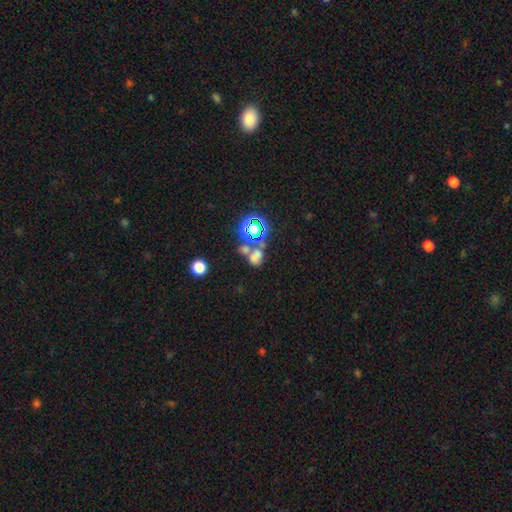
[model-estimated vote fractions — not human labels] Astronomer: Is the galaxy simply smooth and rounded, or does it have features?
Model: smooth — 54% (runner-up: star or artifact, 32%).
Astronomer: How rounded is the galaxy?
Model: in between — 59% (runner-up: round, 39%).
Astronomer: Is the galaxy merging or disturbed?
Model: merger — 49% (runner-up: none, 31%).